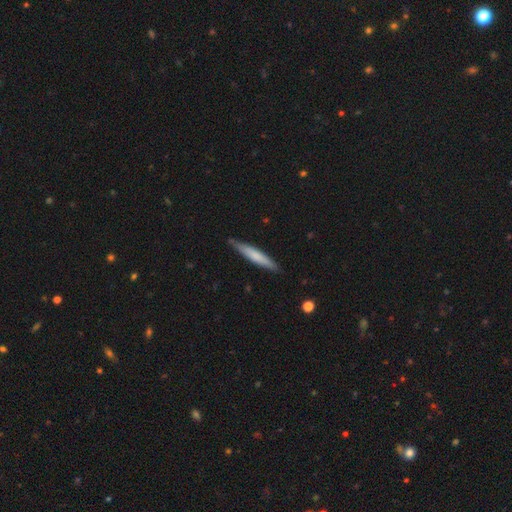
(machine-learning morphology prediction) A smooth galaxy with no disk features (64%) that is cigar-shaped (93%). Merging: none (85%).